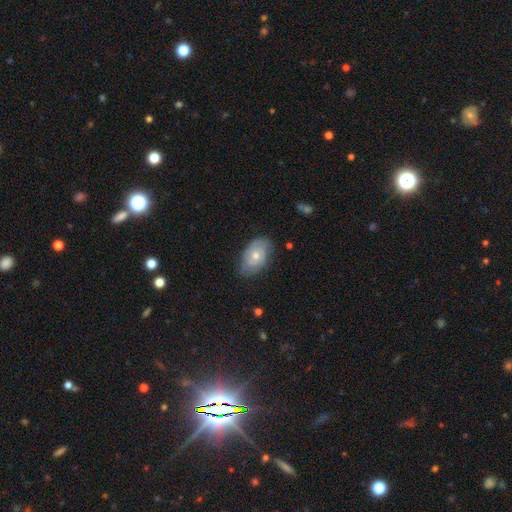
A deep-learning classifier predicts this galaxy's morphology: This appears to be a featured or disk galaxy (54%) with no bar (81%), spiral arms (66%) and a moderate central bulge (65%). Merging: none (69%).